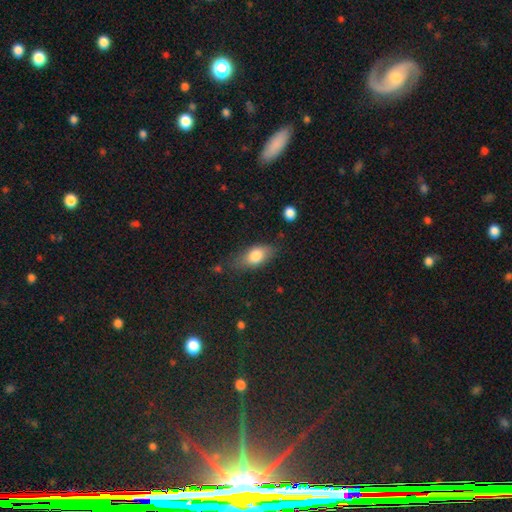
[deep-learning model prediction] smooth_or_featured: smooth (p=0.77) [alt: featured or disk p=0.15]
how_rounded: in between (p=0.84) [alt: cigar-shaped p=0.10]
merging: none (p=0.69) [alt: minor disturbance p=0.22]